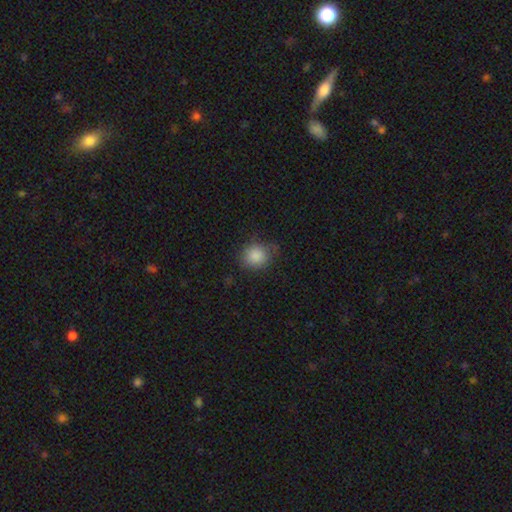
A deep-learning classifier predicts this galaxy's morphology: A smooth galaxy with no disk features (87%) that is round (81%). Merging: none (71%).